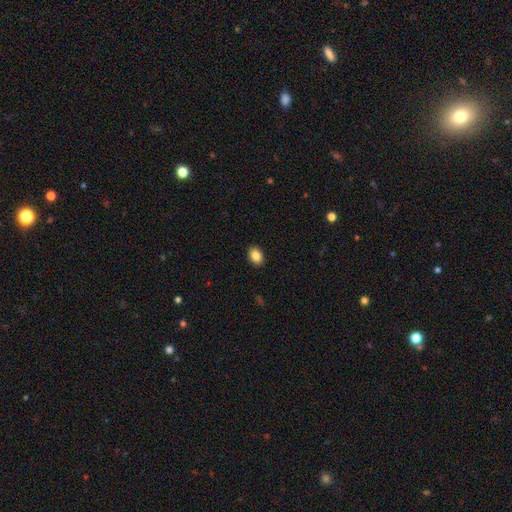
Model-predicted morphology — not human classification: smooth_or_featured: smooth (p=0.86) [alt: star or artifact p=0.08]
how_rounded: in between (p=0.75) [alt: round p=0.24]
merging: none (p=0.91) [alt: minor disturbance p=0.06]